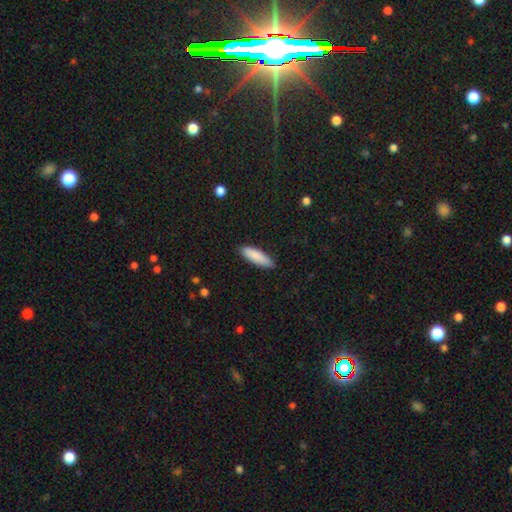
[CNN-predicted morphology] Smooth or featured? Predicted: smooth (p=0.88). How rounded? Predicted: cigar-shaped (p=0.53). Merging? Predicted: none (p=0.88).